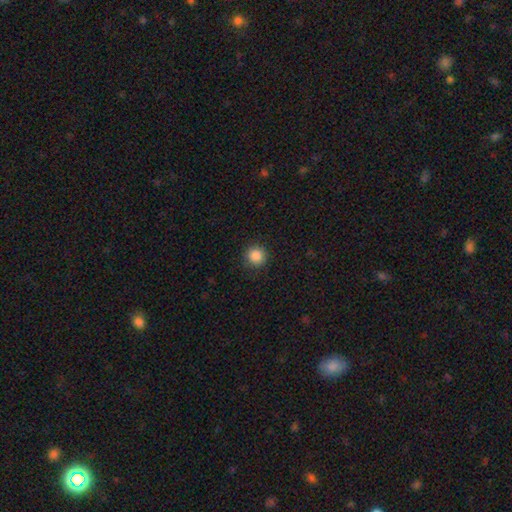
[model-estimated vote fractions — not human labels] The model was most divided on "smooth or featured": smooth: 87%, star or artifact: 10%, featured or disk: 3%. More confident: how rounded — round (94%); merging — none (91%).